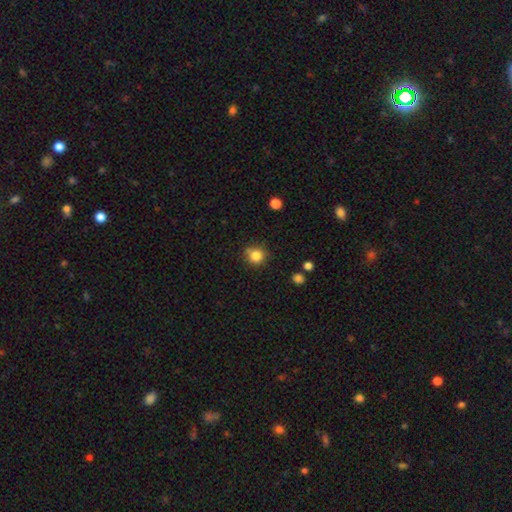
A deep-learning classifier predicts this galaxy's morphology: This appears to be a smooth galaxy with no disk features (83%) that is round (89%). Merging: none (76%).